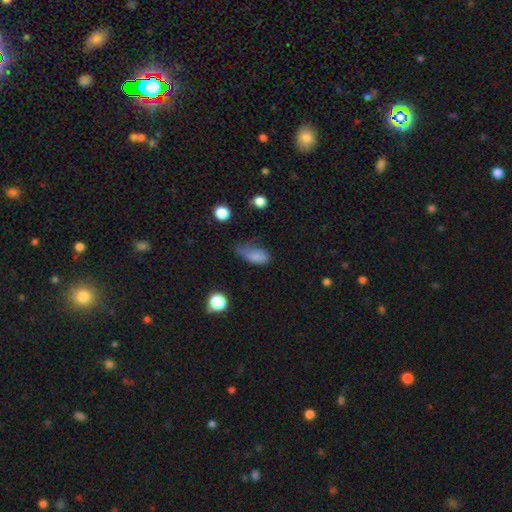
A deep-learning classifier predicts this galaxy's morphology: smooth 80%, featured or disk 10%, star or artifact 9%. Down the decision tree: how rounded — in between (83%); merging — minor disturbance (43%).